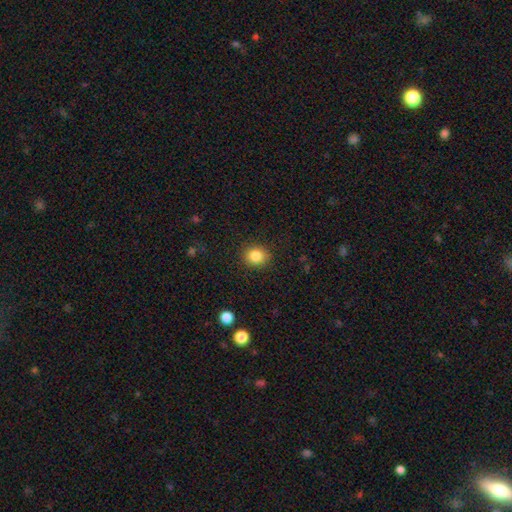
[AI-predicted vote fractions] A smooth galaxy with no disk features (85%) that is round (79%).

Vote fractions:
- Smooth or featured? smooth: 85% / star or artifact: 10% / featured or disk: 5%
- How rounded? round: 79% / in between: 20% / cigar-shaped: 1%
- Merging? none: 90% / minor disturbance: 7% / major disturbance: 2% / merger: 1%